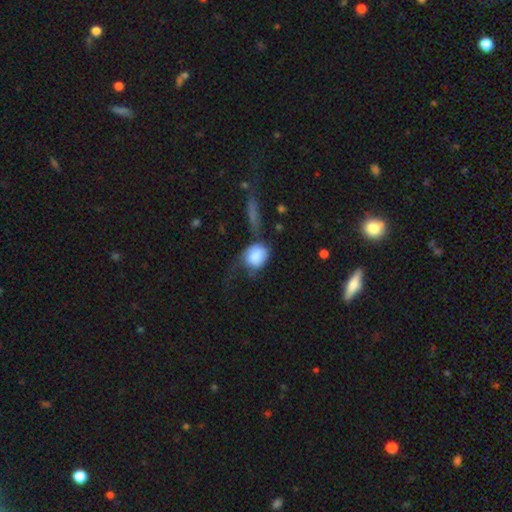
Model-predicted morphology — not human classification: type=smooth (78%); roundness=round (53%); merging=major disturbance (34%).